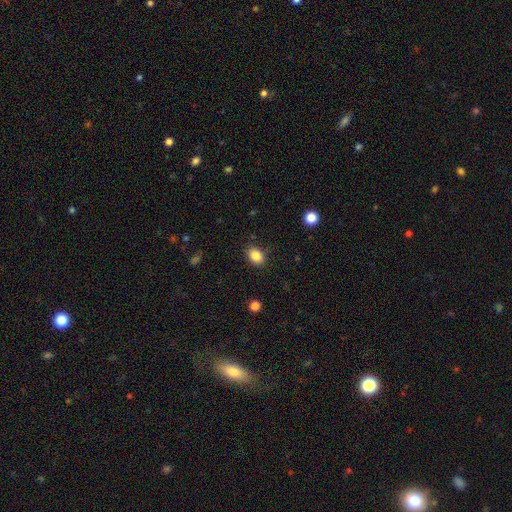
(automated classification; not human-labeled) Smooth or featured?
  - smooth: 86% *
  - star or artifact: 9%
  - featured or disk: 4%
How rounded?
  - in between: 74% *
  - round: 25%
  - cigar-shaped: 1%
Merging?
  - none: 86% *
  - minor disturbance: 10%
  - major disturbance: 3%
  - merger: 1%